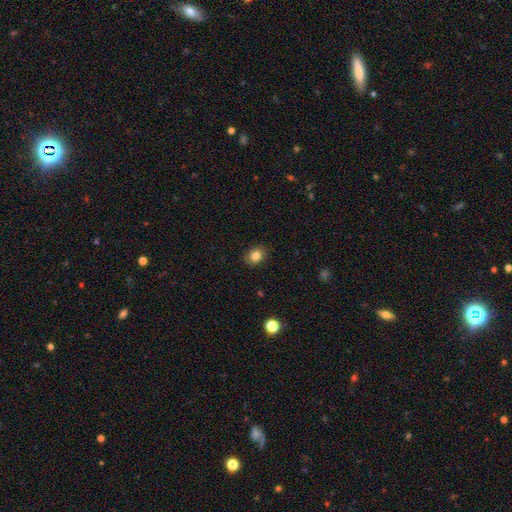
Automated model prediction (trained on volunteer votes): smooth-or-featured: smooth: 83% | star or artifact: 10% | featured or disk: 7%
  how-rounded: round: 50% | in between: 49% | cigar-shaped: 1%
  merging: none: 86% | minor disturbance: 10% | major disturbance: 2% | merger: 1%